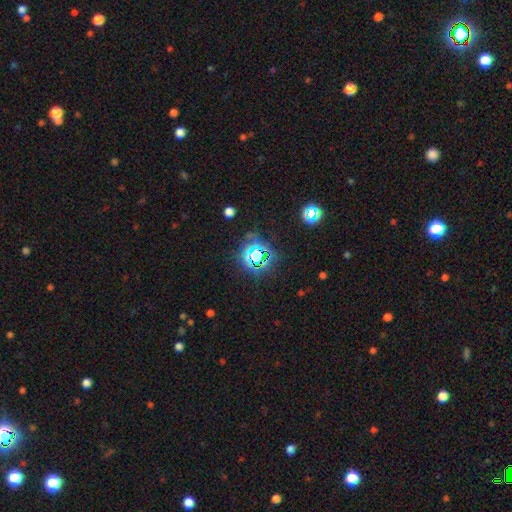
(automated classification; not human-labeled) smooth_or_featured: star or artifact (p=0.73) [alt: smooth p=0.17]